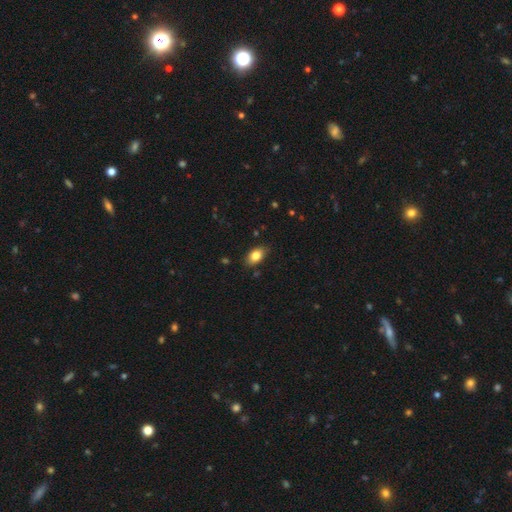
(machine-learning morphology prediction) Smooth or featured?
  - smooth: 82% *
  - featured or disk: 10%
  - star or artifact: 8%
How rounded?
  - in between: 88% *
  - round: 9%
  - cigar-shaped: 2%
Merging?
  - none: 84% *
  - minor disturbance: 12%
  - major disturbance: 2%
  - merger: 1%